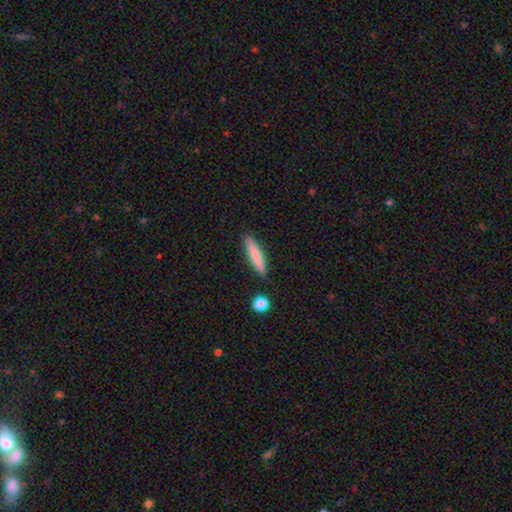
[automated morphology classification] A smooth galaxy with no disk features (75%) that is cigar-shaped (88%). Merging: none (87%).